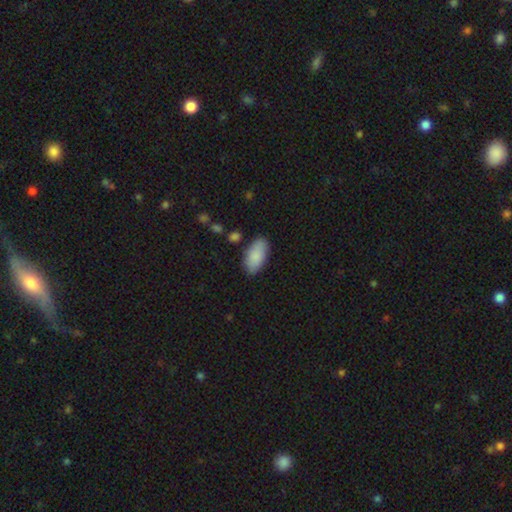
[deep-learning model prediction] Q: Smooth or featured?
A: smooth (88%); runner-up: featured or disk (6%)
Q: How rounded?
A: in between (93%); runner-up: cigar-shaped (5%)
Q: Merging?
A: none (83%); runner-up: minor disturbance (12%)